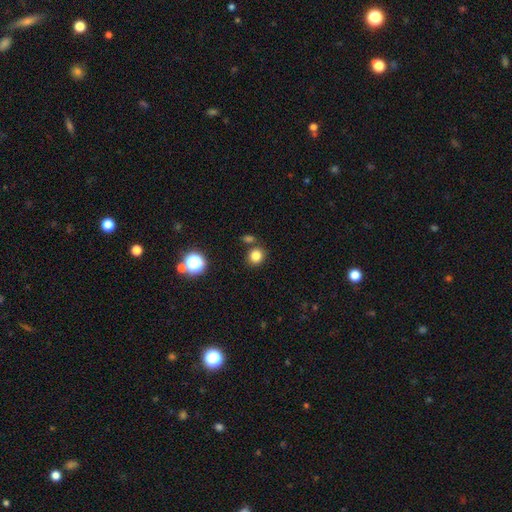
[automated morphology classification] type=smooth (82%); roundness=round (82%); merging=none (77%).